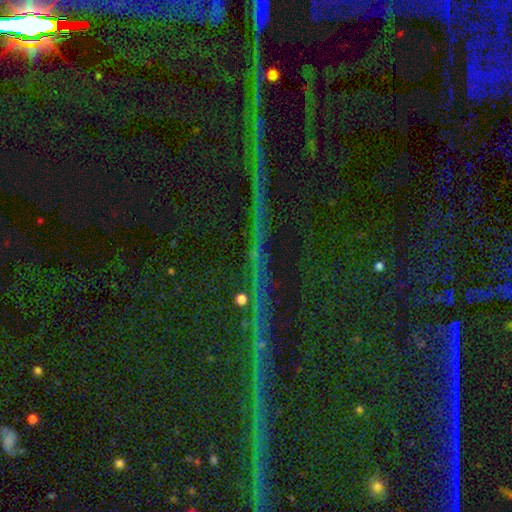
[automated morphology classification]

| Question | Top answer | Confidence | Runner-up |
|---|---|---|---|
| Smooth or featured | star or artifact | 85% | featured or disk (8%) |